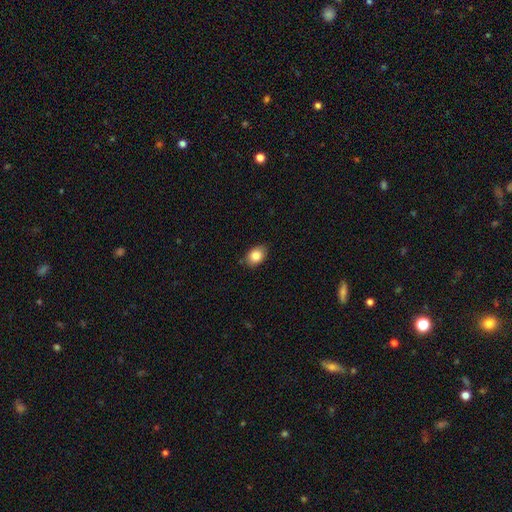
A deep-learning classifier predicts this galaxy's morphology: type=smooth (85%); roundness=in between (75%); merging=none (82%).